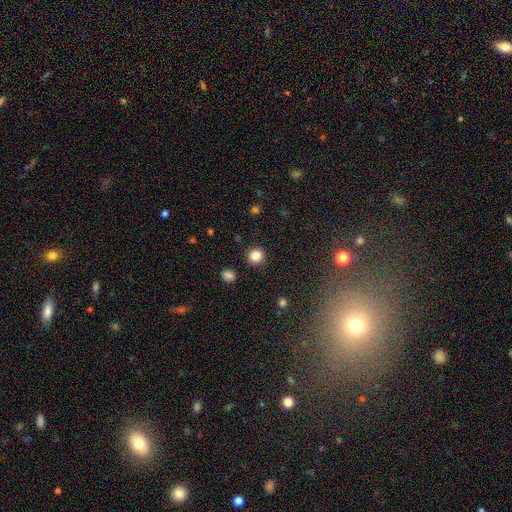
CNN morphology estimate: Smooth or featured? smooth (84%)
How rounded? round (93%)
Merging? none (91%)